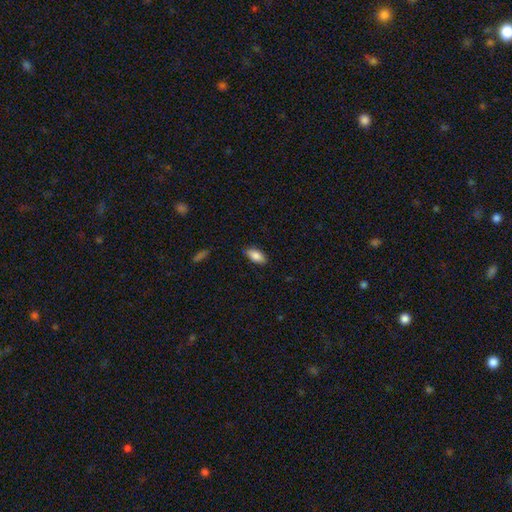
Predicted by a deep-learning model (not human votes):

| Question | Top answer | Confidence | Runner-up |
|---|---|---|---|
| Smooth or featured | smooth | 87% | star or artifact (7%) |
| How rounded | in between | 90% | cigar-shaped (7%) |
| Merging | none | 85% | minor disturbance (12%) |